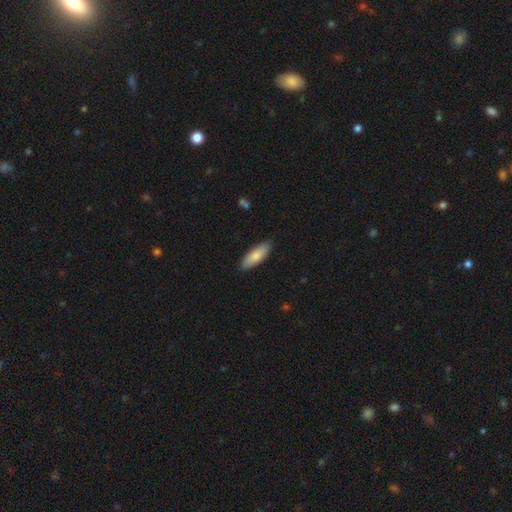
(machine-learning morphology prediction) type=smooth (81%); roundness=in between (62%); merging=none (88%).